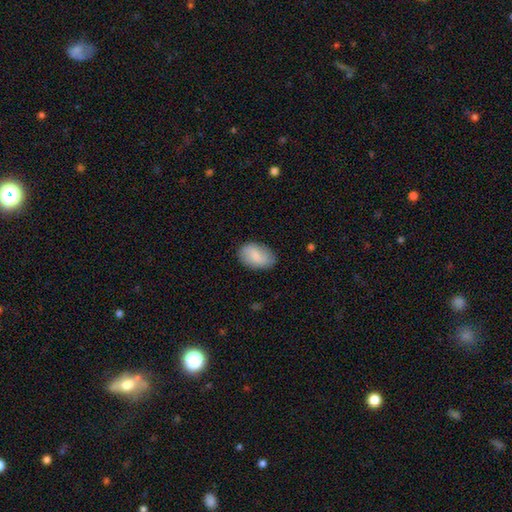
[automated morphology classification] A smooth galaxy with no disk features (76%) that is in between round and cigar-shaped (91%). Merging: none (79%).